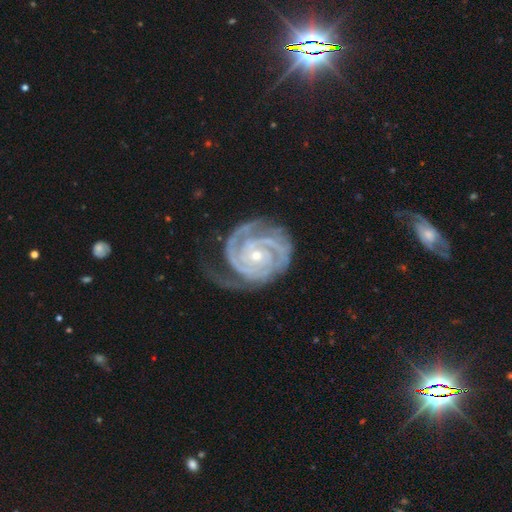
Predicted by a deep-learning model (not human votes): A featured or disk galaxy (93%) with no bar (70%), 2 (48%) tight (80%) spiral arms (99%) and a small central bulge (72%).

Vote fractions:
- Smooth or featured? featured or disk: 93% / star or artifact: 4% / smooth: 3%
- Edge-on disk? no: 98% / yes: 2%
- Bar? no: 70% / weak: 20% / strong: 10%
- Spiral arms? yes: 99% / no: 1%
- Spiral winding? tight: 80% / medium: 17% / loose: 2%
- Spiral arm count? 2: 48% / 3: 26% / can't tell: 10% / 4: 7% / 1: 5% / more than 4: 5%
- Bulge size? small: 72% / moderate: 25% / large: 1% / none: 1% / dominant: 1%
- Merging? none: 62% / minor disturbance: 23% / major disturbance: 14% / merger: 2%